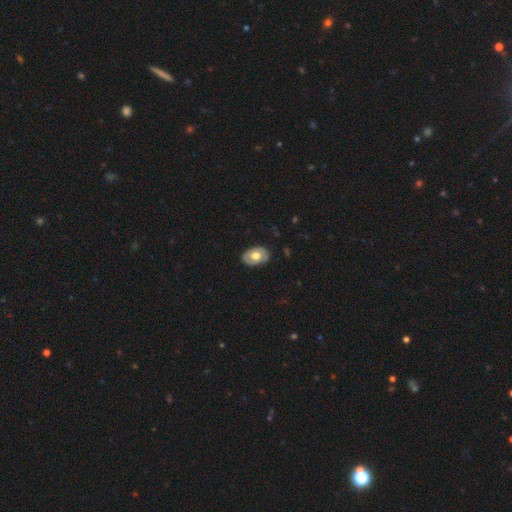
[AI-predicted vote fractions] A smooth galaxy with no disk features (57%) that is in between round and cigar-shaped (86%). Merging: none (83%).